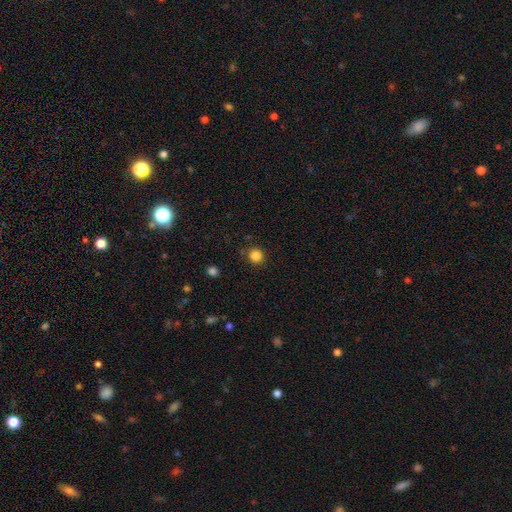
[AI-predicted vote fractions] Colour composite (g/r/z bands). It shows a smooth galaxy with no disk features (85%) that is round (92%). Merging: none (87%).